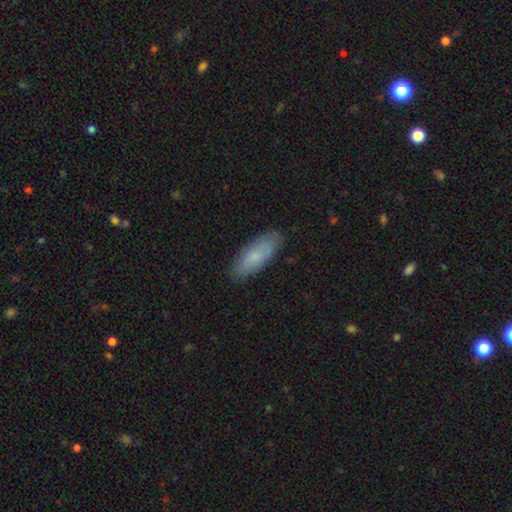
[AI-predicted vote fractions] This is likely a smooth galaxy (76%). How rounded: likely in between (70%). Merging: clearly none (84%).